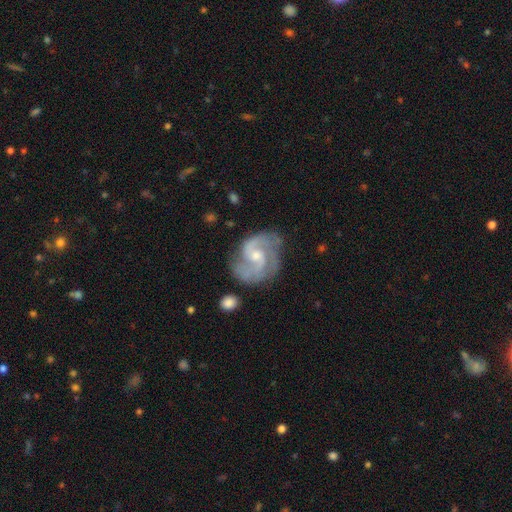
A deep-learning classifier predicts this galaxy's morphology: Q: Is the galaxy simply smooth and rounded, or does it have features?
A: featured or disk — 89%.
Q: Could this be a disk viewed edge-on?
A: no — 98%.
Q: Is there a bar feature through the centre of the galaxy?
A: no — 46%.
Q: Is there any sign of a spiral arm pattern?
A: yes — 97%.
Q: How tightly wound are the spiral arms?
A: medium — 55%.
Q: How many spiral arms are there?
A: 2 — 66%.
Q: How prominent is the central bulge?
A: small — 48%.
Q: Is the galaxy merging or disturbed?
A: none — 70%.